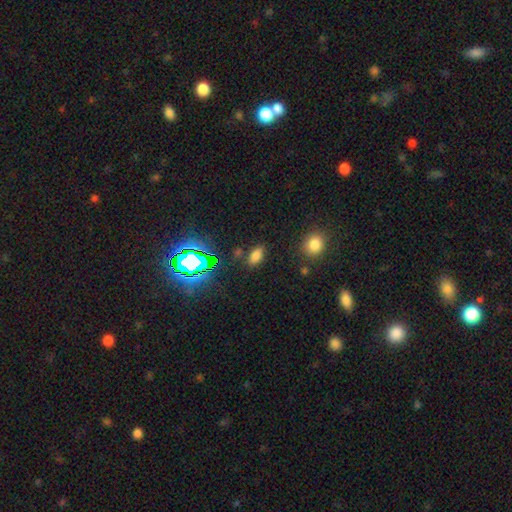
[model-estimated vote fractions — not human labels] Overall: smooth (71%). How rounded: in between (88%). Merging: none (81%).